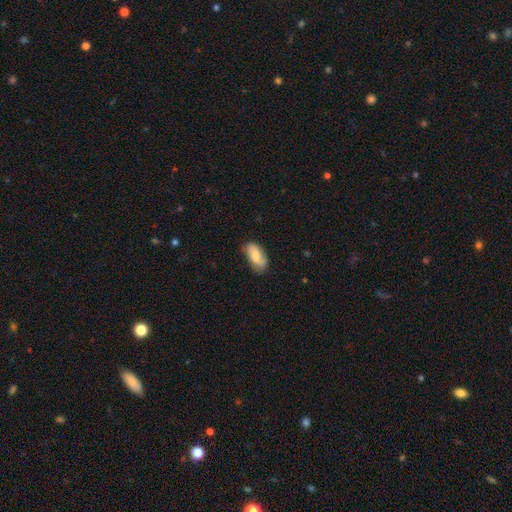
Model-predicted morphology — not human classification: A smooth galaxy with no disk features (63%) that is in between round and cigar-shaped (91%).

Vote fractions:
- Smooth or featured? smooth: 63% / featured or disk: 30% / star or artifact: 7%
- How rounded? in between: 91% / cigar-shaped: 6% / round: 3%
- Merging? none: 69% / minor disturbance: 25% / major disturbance: 5% / merger: 2%